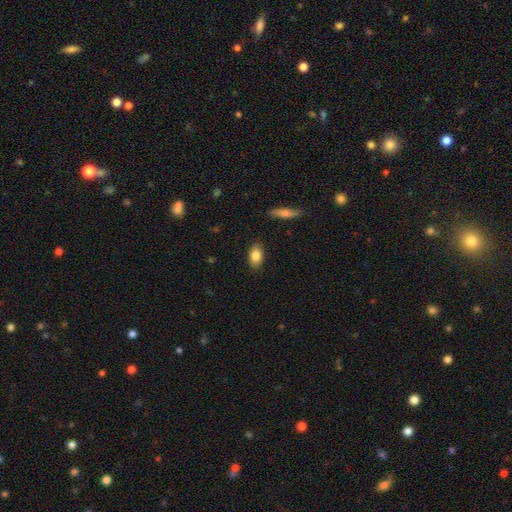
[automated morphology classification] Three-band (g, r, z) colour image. It shows a smooth galaxy with no disk features (84%) that is in between round and cigar-shaped (88%). Merging: none (87%).